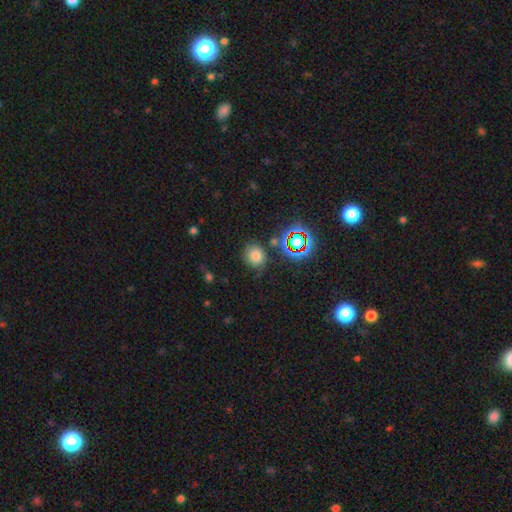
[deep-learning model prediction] Smooth or featured?
  - smooth: 70% *
  - star or artifact: 21%
  - featured or disk: 9%
How rounded?
  - round: 82% *
  - in between: 17%
  - cigar-shaped: 1%
Merging?
  - none: 69% *
  - minor disturbance: 18%
  - major disturbance: 7%
  - merger: 5%